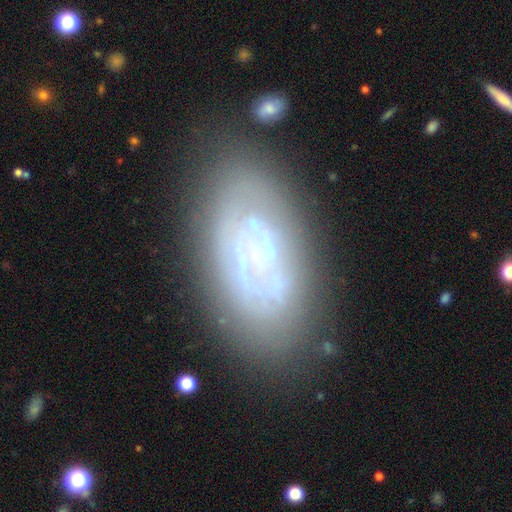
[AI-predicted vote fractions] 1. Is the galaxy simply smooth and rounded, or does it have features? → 67% featured or disk, 24% smooth, 9% star or artifact.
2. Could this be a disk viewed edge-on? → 93% no, 7% yes.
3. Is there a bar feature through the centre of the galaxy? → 80% no, 14% weak, 6% strong.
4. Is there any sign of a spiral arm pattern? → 56% no, 44% yes.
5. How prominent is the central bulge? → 50% small, 31% none, 13% moderate, 4% large, 2% dominant.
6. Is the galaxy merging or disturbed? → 71% none, 17% minor disturbance, 8% major disturbance, 4% merger.